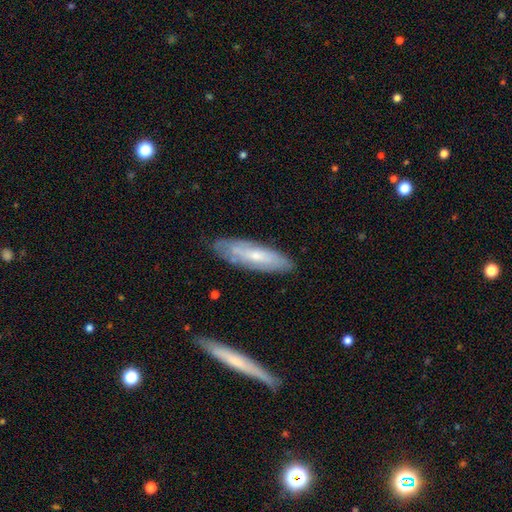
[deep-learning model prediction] smooth_or_featured: featured or disk (p=0.49) [alt: smooth p=0.44]
merging: none (p=0.77) [alt: minor disturbance p=0.17]